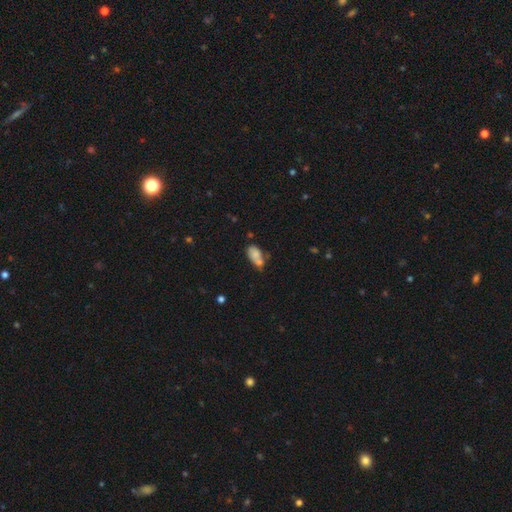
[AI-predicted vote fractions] This appears to be a smooth galaxy with no disk features (72%) that is in between round and cigar-shaped (89%). Merging: merger (37%).